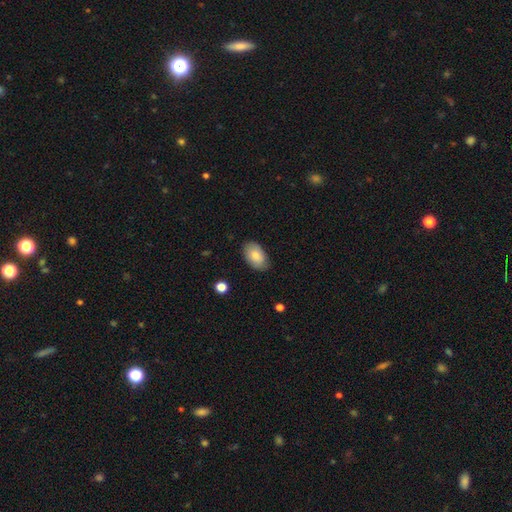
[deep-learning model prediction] This appears to be a smooth galaxy with no disk features (84%) that is in between round and cigar-shaped (93%). Merging: none (82%).